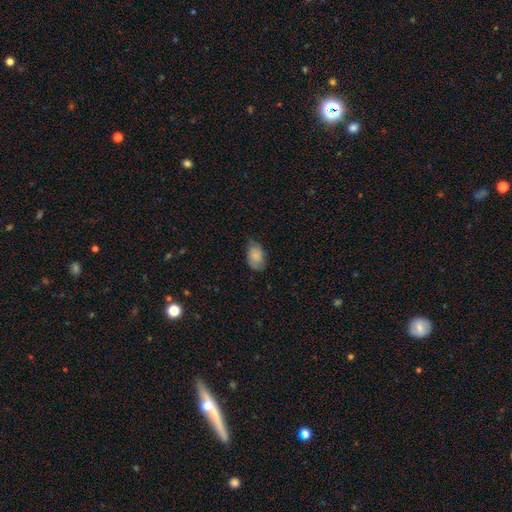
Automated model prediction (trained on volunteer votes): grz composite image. It shows a smooth galaxy with no disk features (76%) that is in between round and cigar-shaped (90%). Merging: none (61%).